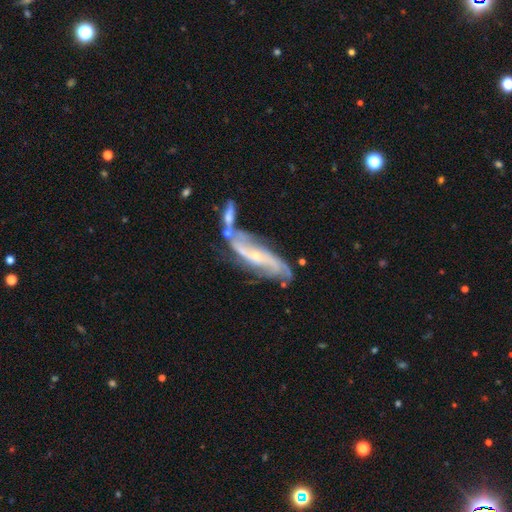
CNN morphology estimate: Smooth or featured?
  - featured or disk: 84% *
  - smooth: 10%
  - star or artifact: 6%
Edge-on disk?
  - no: 83% *
  - yes: 17%
Bar?
  - no: 50% *
  - weak: 33%
  - strong: 16%
Spiral arms?
  - yes: 93% *
  - no: 7%
Spiral winding?
  - loose: 40% *
  - medium: 37%
  - tight: 23%
Spiral arm count?
  - 2: 60% *
  - can't tell: 20%
  - 3: 10%
  - 4: 5%
  - 1: 3%
  - more than 4: 3%
Bulge size?
  - small: 74% *
  - moderate: 21%
  - none: 3%
  - large: 1%
  - dominant: 1%
Merging?
  - none: 41% *
  - merger: 29%
  - minor disturbance: 19%
  - major disturbance: 10%